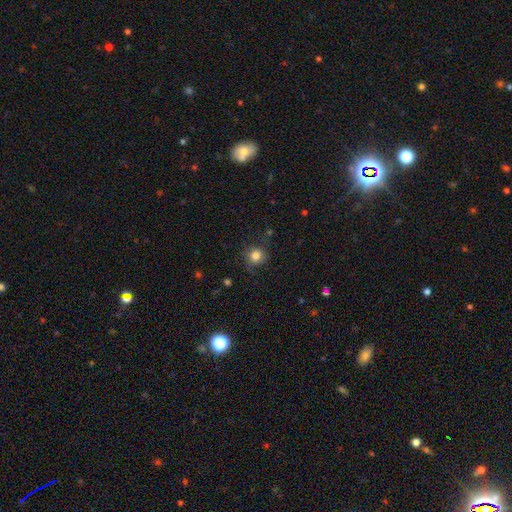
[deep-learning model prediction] This appears to be a smooth galaxy with no disk features (82%) that is round (89%). Merging: none (74%).